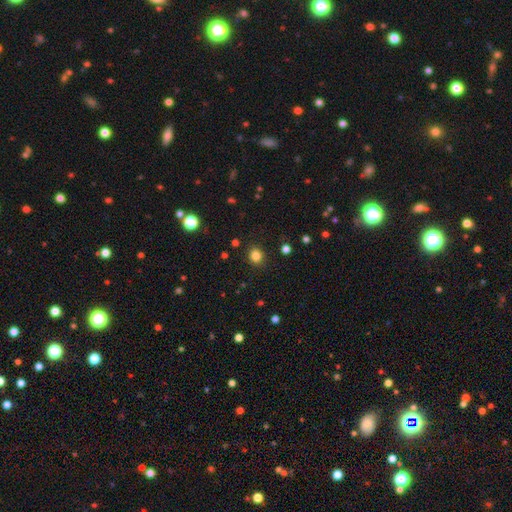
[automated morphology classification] smooth-or-featured: smooth: 82% | star or artifact: 13% | featured or disk: 5%
  how-rounded: round: 79% | in between: 20% | cigar-shaped: 1%
  merging: none: 90% | minor disturbance: 7% | major disturbance: 2% | merger: 1%